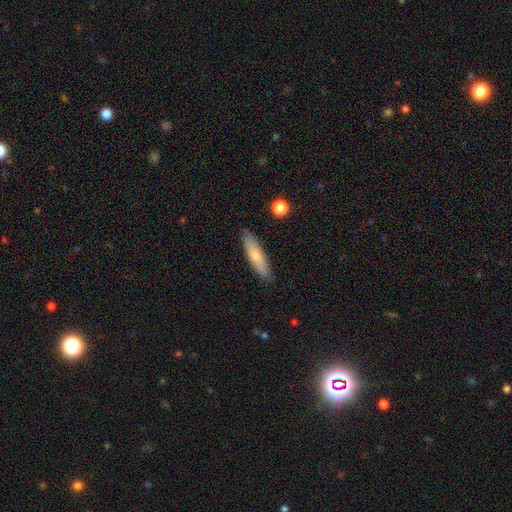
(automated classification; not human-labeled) Smooth or featured? smooth (73%)
How rounded? cigar-shaped (71%)
Merging? none (87%)